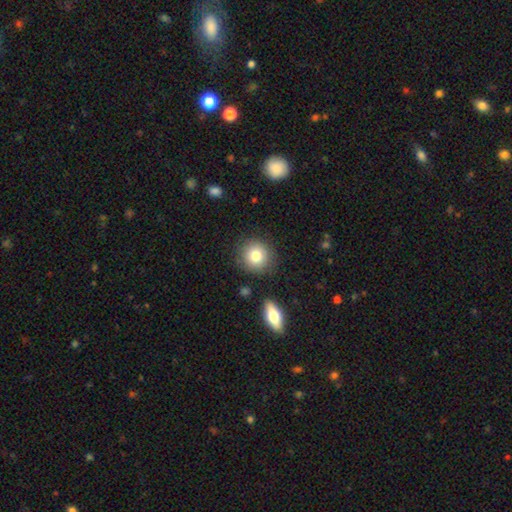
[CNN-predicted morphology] smooth-or-featured: smooth: 81% | featured or disk: 10% | star or artifact: 9%
  how-rounded: round: 90% | in between: 9% | cigar-shaped: 1%
  merging: none: 86% | minor disturbance: 8% | merger: 3% | major disturbance: 3%